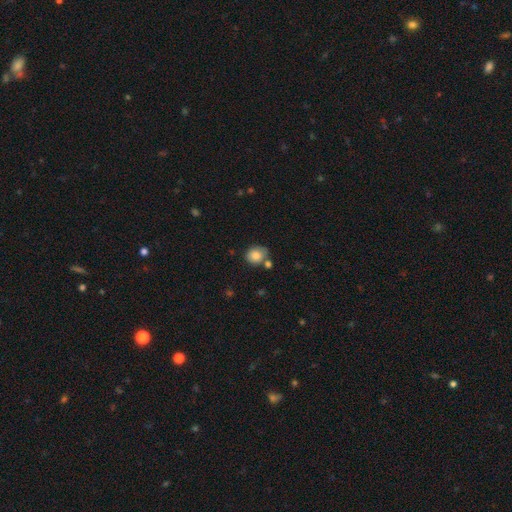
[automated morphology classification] smooth 82%, star or artifact 9%, featured or disk 9%. Down the decision tree: how rounded — round (71%); merging — none (63%).